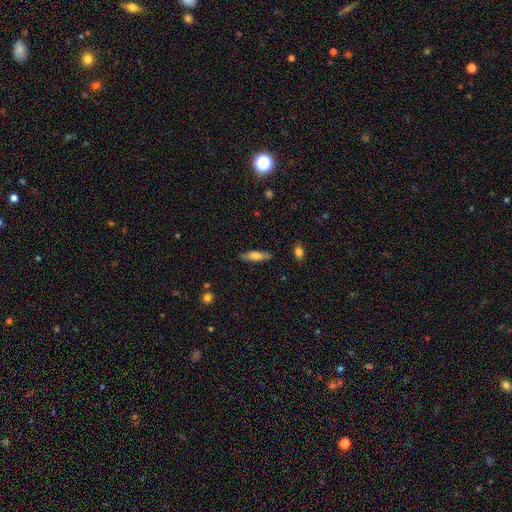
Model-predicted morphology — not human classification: This appears to be a smooth galaxy with no disk features (65%) that is cigar-shaped (60%). Merging: none (84%).